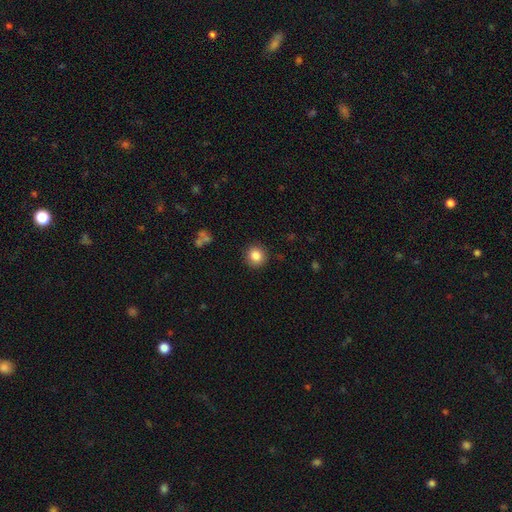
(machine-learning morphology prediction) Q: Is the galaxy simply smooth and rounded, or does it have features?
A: smooth — 85%.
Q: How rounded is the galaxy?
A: round — 92%.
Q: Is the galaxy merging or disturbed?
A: none — 90%.